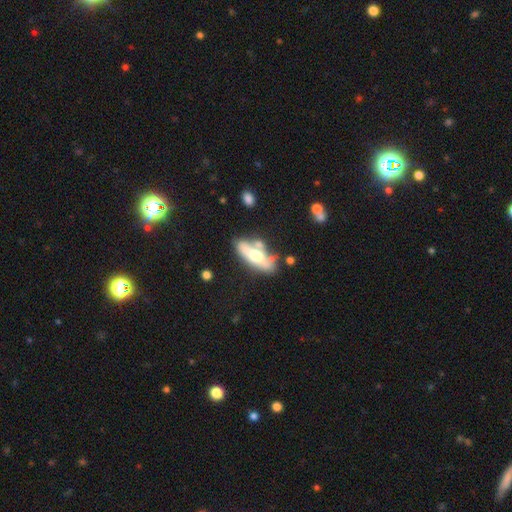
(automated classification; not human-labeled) Q: Smooth or featured?
A: featured or disk (50%); runner-up: smooth (43%)
Q: Edge-on disk?
A: yes (54%); runner-up: no (46%)
Q: Merging?
A: none (62%); runner-up: minor disturbance (16%)